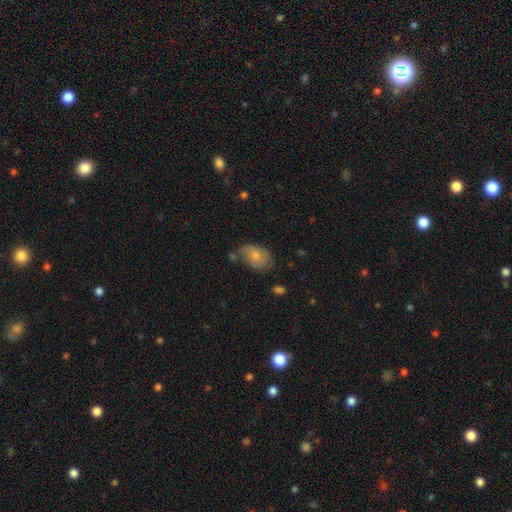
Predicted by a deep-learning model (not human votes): The model was most divided on "merging": none: 54%, minor disturbance: 30%, major disturbance: 9%, merger: 7%. More confident: how rounded — in between (86%); smooth or featured — smooth (76%).